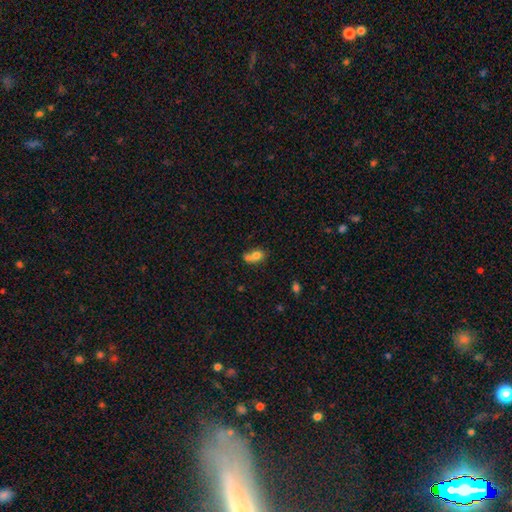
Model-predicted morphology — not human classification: The model was most divided on "merging": merger: 49%, none: 30%, minor disturbance: 14%, major disturbance: 8%. More confident: smooth or featured — smooth (74%); how rounded — in between (59%).